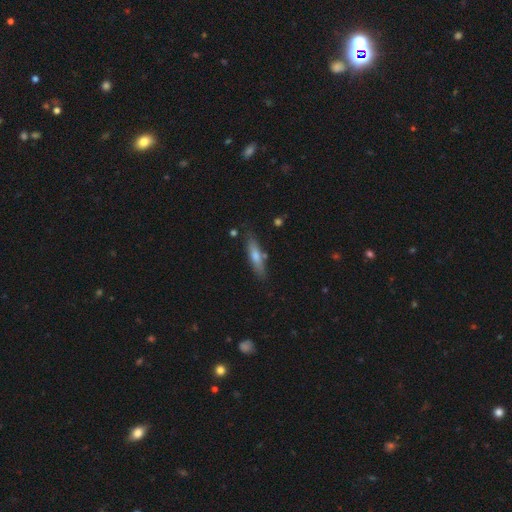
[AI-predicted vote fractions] Smooth or featured?
  - smooth: 53% *
  - featured or disk: 40%
  - star or artifact: 7%
How rounded?
  - cigar-shaped: 78% *
  - in between: 20%
  - round: 2%
Merging?
  - none: 81% *
  - minor disturbance: 13%
  - merger: 3%
  - major disturbance: 3%